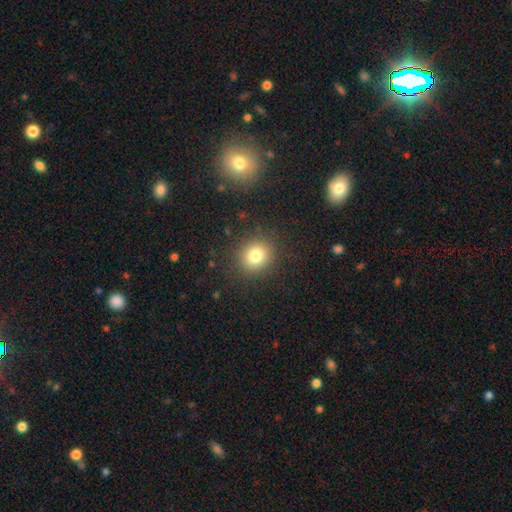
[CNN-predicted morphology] Q: Smooth or featured?
A: smooth (78%); runner-up: star or artifact (13%)
Q: How rounded?
A: round (82%); runner-up: in between (17%)
Q: Merging?
A: none (88%); runner-up: minor disturbance (8%)